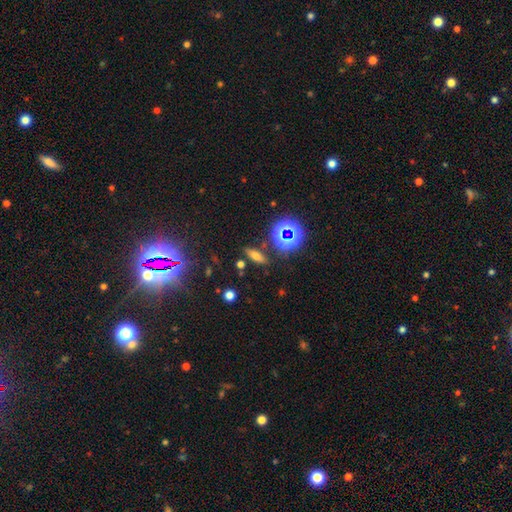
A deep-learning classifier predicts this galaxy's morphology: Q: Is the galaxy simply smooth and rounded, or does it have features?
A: smooth — 56%.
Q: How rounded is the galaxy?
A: in between — 50%.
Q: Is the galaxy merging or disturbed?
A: none — 83%.